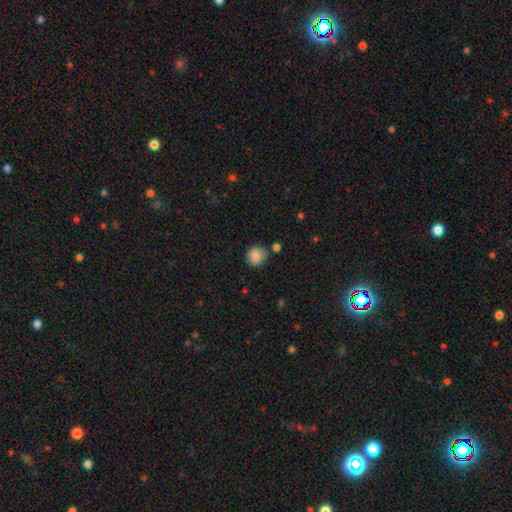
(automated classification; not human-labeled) Smooth or featured: smooth — 87% (star or artifact — 8%)
How rounded: round — 87% (in between — 12%)
Merging: none — 78% (minor disturbance — 13%)